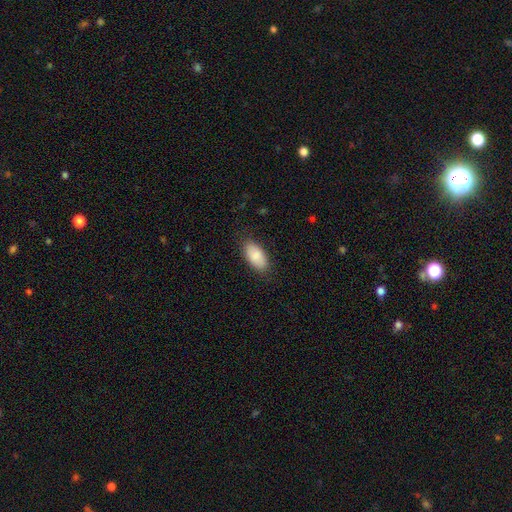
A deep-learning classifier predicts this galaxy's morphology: This appears to be a smooth galaxy with no disk features (88%) that is in between round and cigar-shaped (94%). Merging: none (85%).